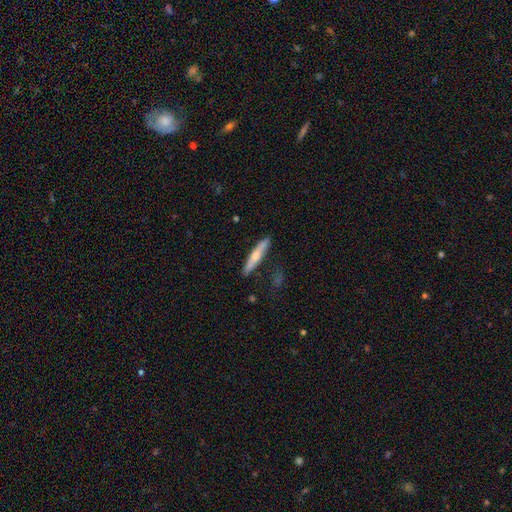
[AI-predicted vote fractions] A smooth galaxy with no disk features (56%) that is cigar-shaped (90%). Merging: none (87%).